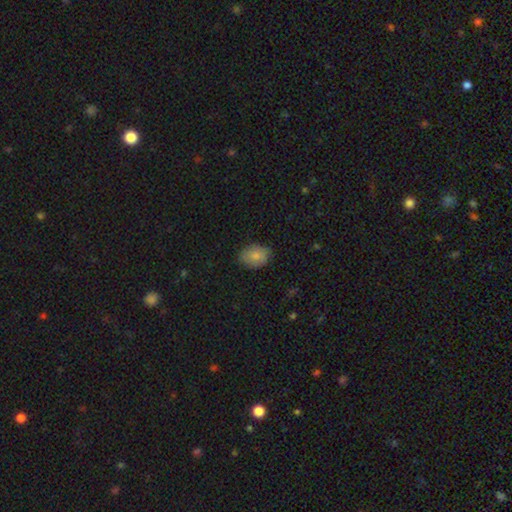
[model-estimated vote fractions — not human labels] smooth-or-featured: smooth: 84% | featured or disk: 9% | star or artifact: 8%
  how-rounded: in between: 73% | round: 26% | cigar-shaped: 1%
  merging: none: 80% | minor disturbance: 16% | major disturbance: 3% | merger: 1%